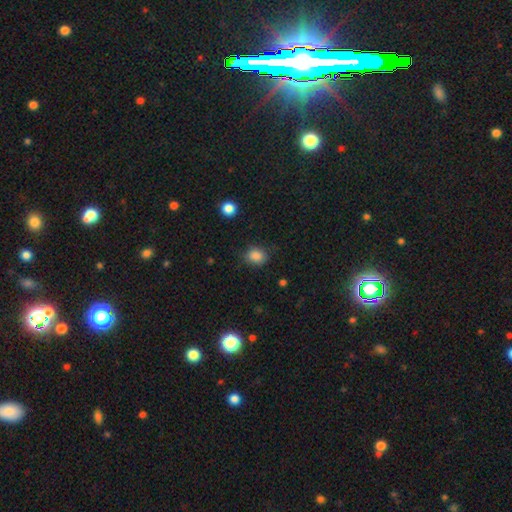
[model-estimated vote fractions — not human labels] smooth_or_featured: smooth (p=0.85) [alt: star or artifact p=0.11]
how_rounded: round (p=0.54) [alt: in between p=0.45]
merging: none (p=0.79) [alt: minor disturbance p=0.16]